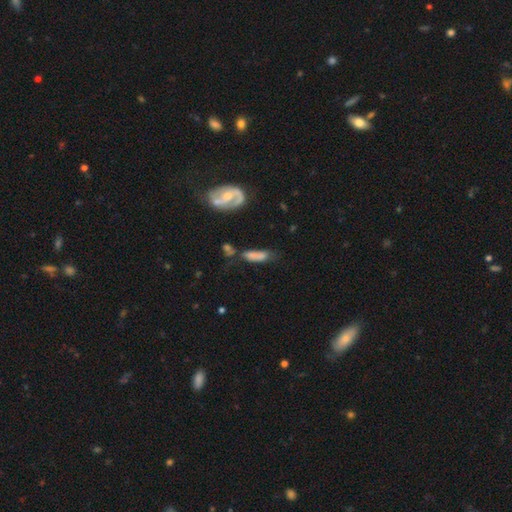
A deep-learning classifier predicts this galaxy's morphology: Smooth or featured?
  - smooth: 68% *
  - featured or disk: 23%
  - star or artifact: 10%
How rounded?
  - in between: 52% *
  - cigar-shaped: 45%
  - round: 3%
Merging?
  - none: 43% *
  - minor disturbance: 27%
  - major disturbance: 15%
  - merger: 15%